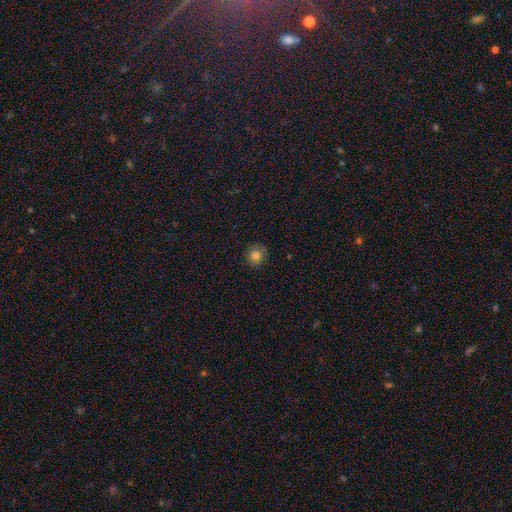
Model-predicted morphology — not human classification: smooth 81%, star or artifact 13%, featured or disk 7%. Down the decision tree: how rounded — round (88%); merging — none (83%).